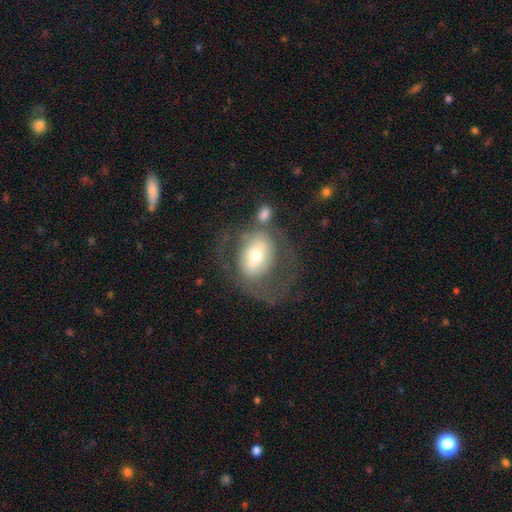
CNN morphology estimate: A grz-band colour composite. It shows a featured or disk galaxy (57%) with no bar (39%), no spiral arms (57%) and a moderate central bulge (61%). Merging: none (48%).